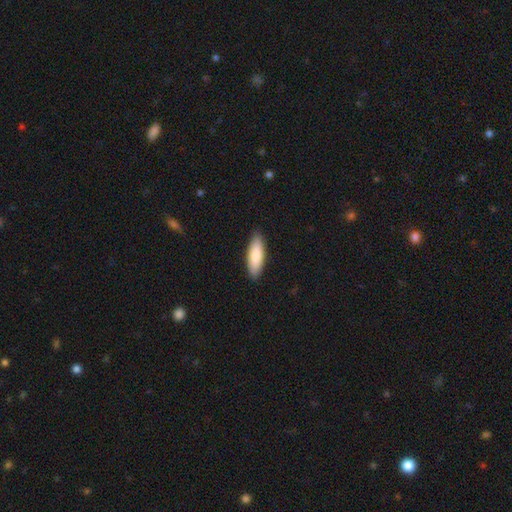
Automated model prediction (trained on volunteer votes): Overall: smooth (85%). How rounded: in between (57%; cigar-shaped 41%). Merging: none (89%).